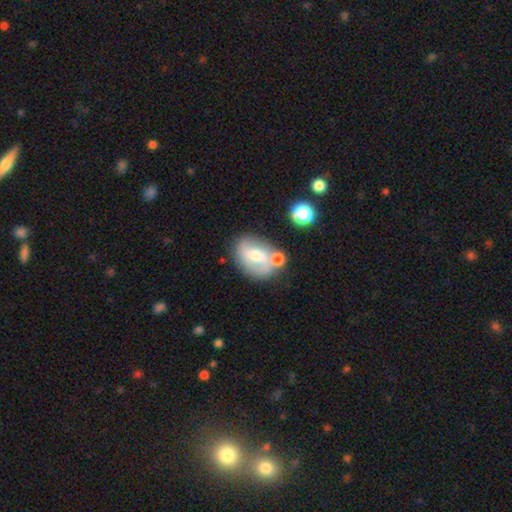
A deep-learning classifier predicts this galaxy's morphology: Smooth or featured: featured or disk — 56% (smooth — 35%)
Edge-on disk: no — 95% (yes — 5%)
Bar: weak — 45% (no — 33%)
Spiral arms: yes — 69% (no — 31%)
Bulge size: moderate — 56% (small — 30%)
Merging: none — 57% (minor disturbance — 18%)